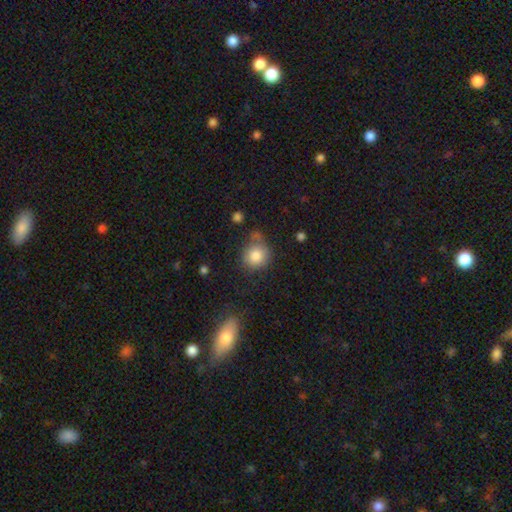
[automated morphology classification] smooth_or_featured: smooth (p=0.83) [alt: star or artifact p=0.09]
how_rounded: round (p=0.85) [alt: in between p=0.14]
merging: none (p=0.62) [alt: minor disturbance p=0.20]